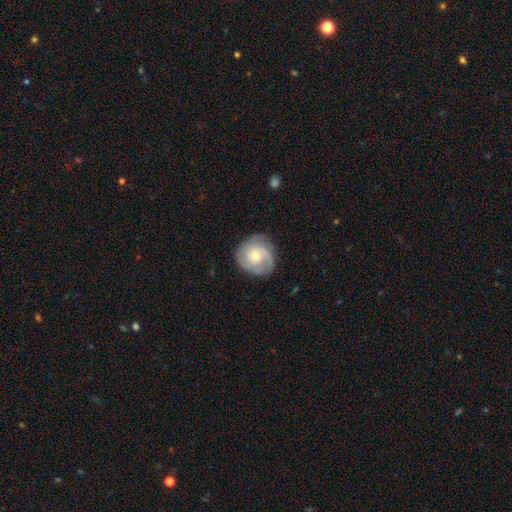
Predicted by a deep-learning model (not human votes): A featured or disk galaxy (68%) with no bar (74%), 2 (33%) tight (56%) spiral arms (91%) and a moderate central bulge (52%).

Vote fractions:
- Smooth or featured? featured or disk: 68% / smooth: 26% / star or artifact: 6%
- Edge-on disk? no: 98% / yes: 2%
- Bar? no: 74% / weak: 23% / strong: 3%
- Spiral arms? yes: 91% / no: 9%
- Spiral winding? tight: 56% / medium: 33% / loose: 10%
- Spiral arm count? 2: 33% / can't tell: 26% / 3: 24% / 1: 9% / 4: 5% / more than 4: 4%
- Bulge size? moderate: 52% / small: 41% / large: 4% / none: 2% / dominant: 1%
- Merging? none: 77% / minor disturbance: 16% / major disturbance: 6% / merger: 1%